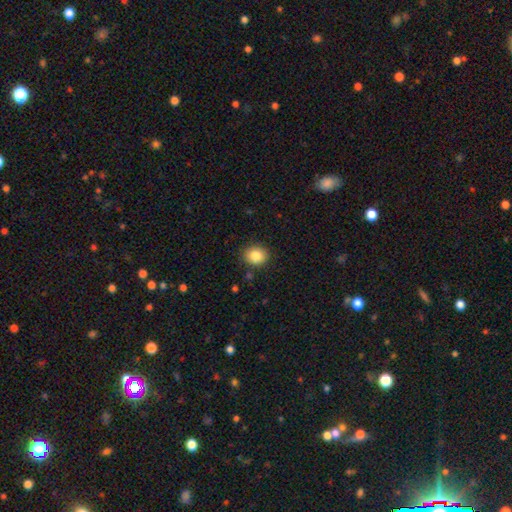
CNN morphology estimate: Smooth or featured: smooth — 85% (star or artifact — 9%)
How rounded: round — 66% (in between — 33%)
Merging: none — 87% (minor disturbance — 9%)